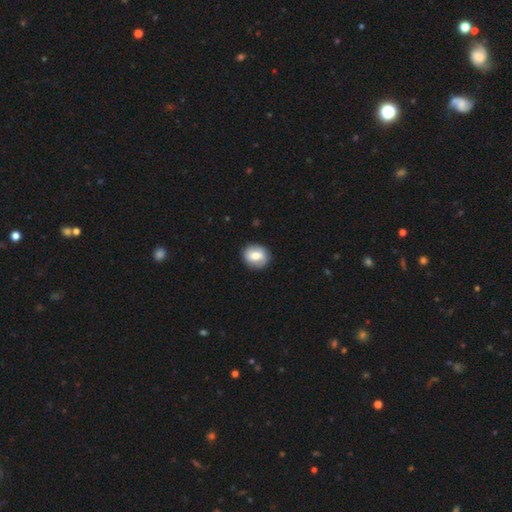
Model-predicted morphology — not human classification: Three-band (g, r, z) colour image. It shows a smooth galaxy with no disk features (69%) that is round (67%). Merging: none (87%).